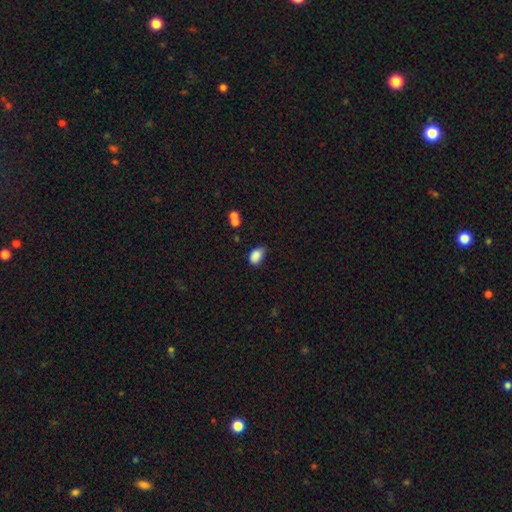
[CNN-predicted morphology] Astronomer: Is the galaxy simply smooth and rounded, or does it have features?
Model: smooth — 87%.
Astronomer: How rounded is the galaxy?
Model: in between — 87%.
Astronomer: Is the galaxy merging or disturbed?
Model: none — 58%.